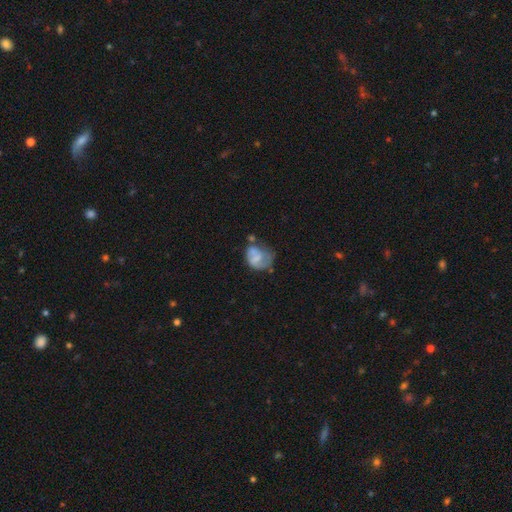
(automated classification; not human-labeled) Smooth or featured: smooth — 46% (featured or disk — 43%)
Merging: none — 33% (minor disturbance — 27%)